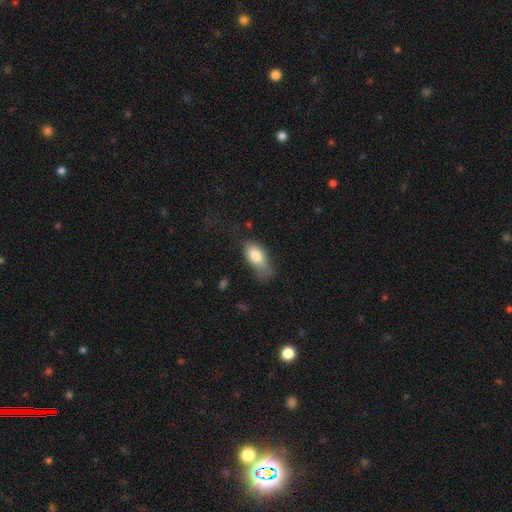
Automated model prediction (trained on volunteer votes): A smooth galaxy with no disk features (80%) that is in between round and cigar-shaped (90%).

Vote fractions:
- Smooth or featured? smooth: 80% / featured or disk: 12% / star or artifact: 7%
- How rounded? in between: 90% / cigar-shaped: 5% / round: 5%
- Merging? none: 39% / minor disturbance: 37% / major disturbance: 21% / merger: 3%